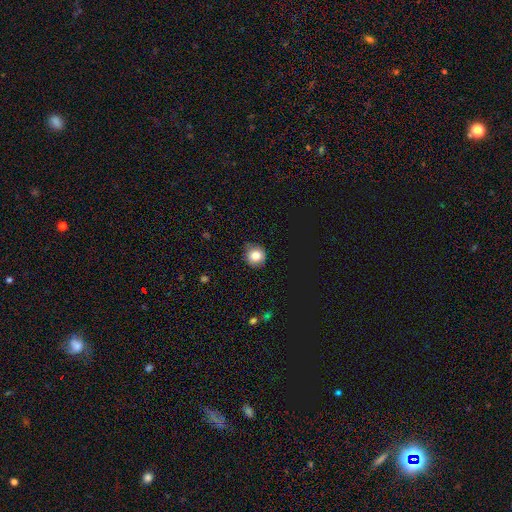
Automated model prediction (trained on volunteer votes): A smooth galaxy with no disk features (79%) that is round (92%). Merging: none (77%).